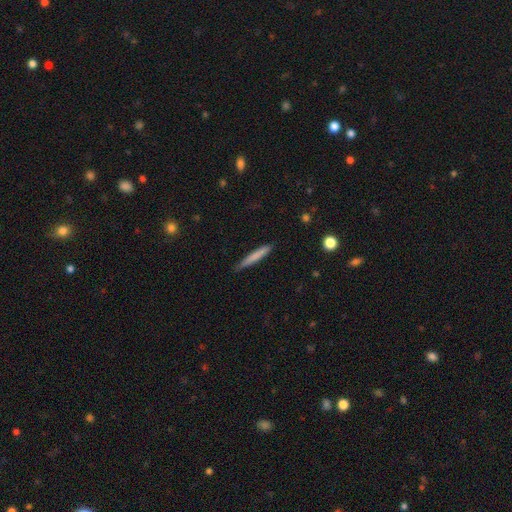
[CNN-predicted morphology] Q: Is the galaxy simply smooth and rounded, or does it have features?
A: smooth — 73%.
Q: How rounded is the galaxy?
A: cigar-shaped — 96%.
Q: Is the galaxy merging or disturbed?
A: none — 84%.